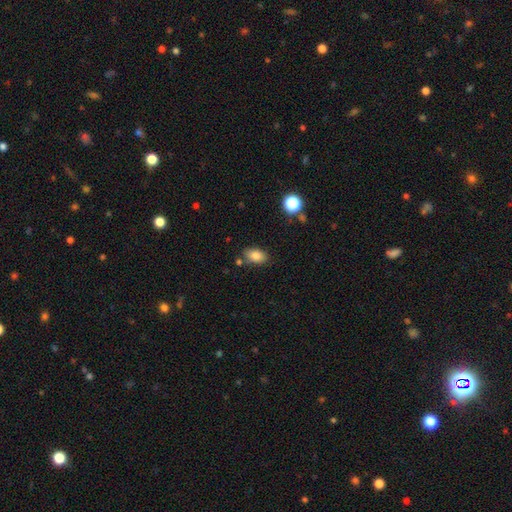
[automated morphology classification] A smooth galaxy with no disk features (83%) that is in between round and cigar-shaped (88%). Merging: none (78%).